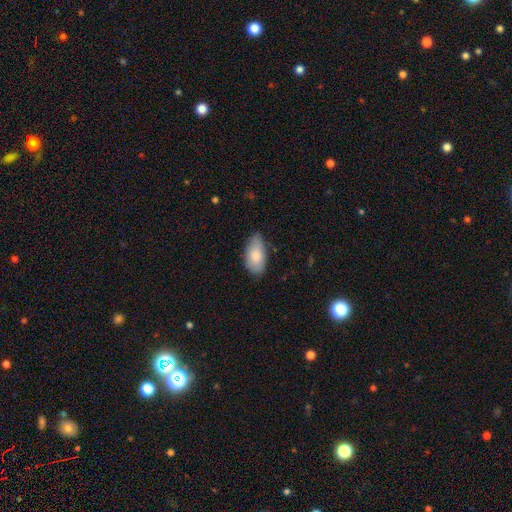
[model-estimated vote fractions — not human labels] smooth_or_featured: smooth (p=0.80) [alt: featured or disk p=0.13]
how_rounded: in between (p=0.93) [alt: cigar-shaped p=0.04]
merging: none (p=0.73) [alt: minor disturbance p=0.23]